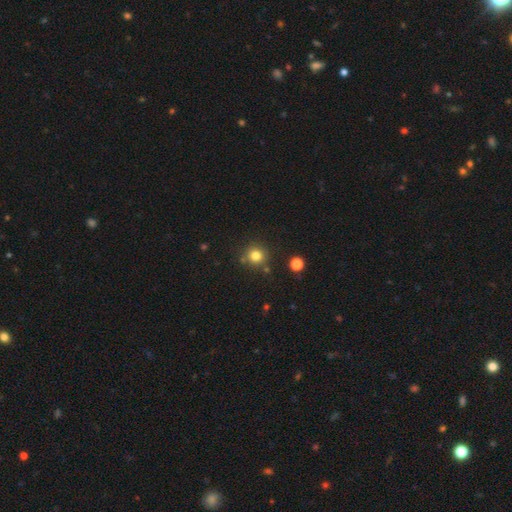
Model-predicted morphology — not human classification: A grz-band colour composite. It shows a smooth galaxy with no disk features (79%) that is round (92%). Merging: none (81%).